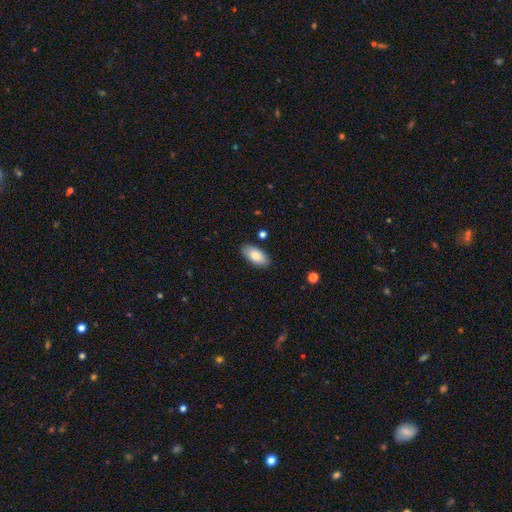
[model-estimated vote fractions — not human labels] The model was most divided on "smooth or featured": smooth: 84%, featured or disk: 10%, star or artifact: 6%. More confident: how rounded — in between (93%); merging — none (86%).